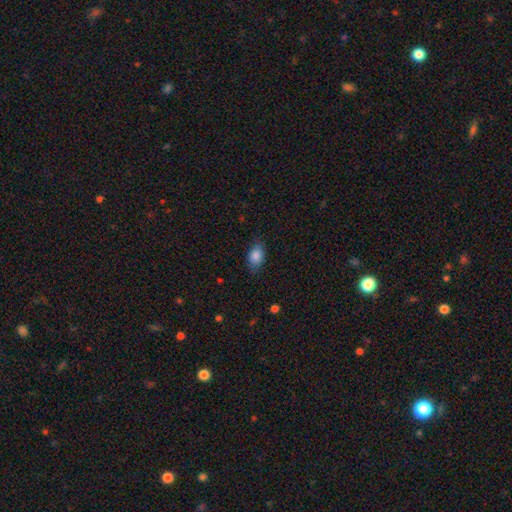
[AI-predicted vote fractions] This is clearly a smooth galaxy (85%). How rounded: clearly in between (83%). Merging: likely none (76%).